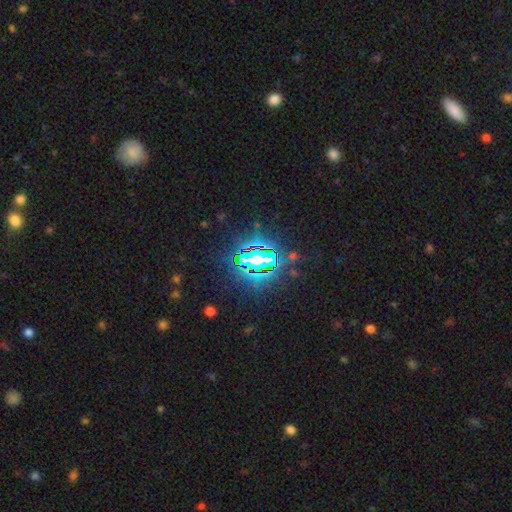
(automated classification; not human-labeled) This appears to be a star or artifact, not a galaxy (83%).